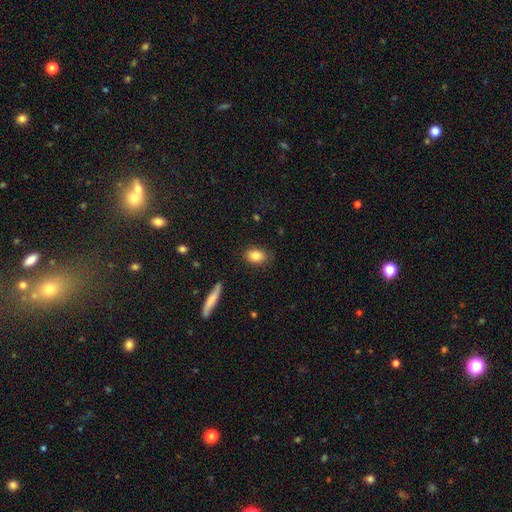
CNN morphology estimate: Smooth or featured: smooth — 83% (featured or disk — 9%)
How rounded: in between — 75% (round — 23%)
Merging: none — 81% (minor disturbance — 14%)